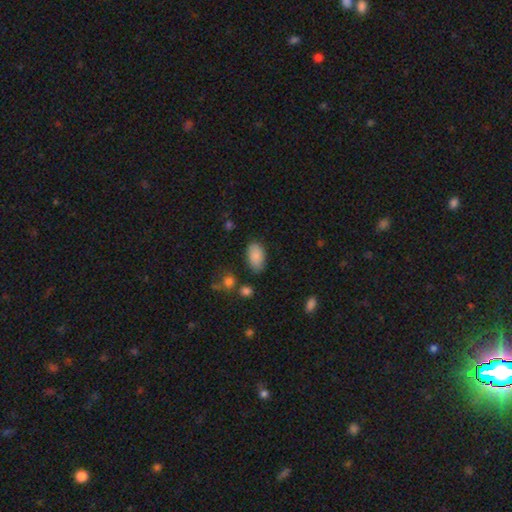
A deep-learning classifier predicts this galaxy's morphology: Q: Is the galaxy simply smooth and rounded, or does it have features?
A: smooth — 88%.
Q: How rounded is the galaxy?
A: in between — 94%.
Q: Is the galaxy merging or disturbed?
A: none — 81%.